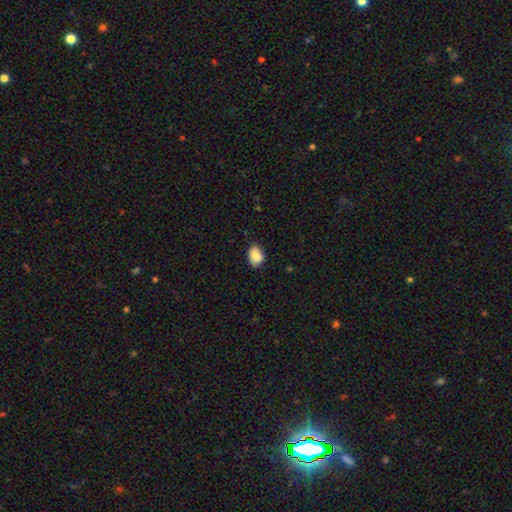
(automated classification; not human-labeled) smooth 87%, star or artifact 7%, featured or disk 6%. Down the decision tree: how rounded — in between (81%); merging — none (74%).